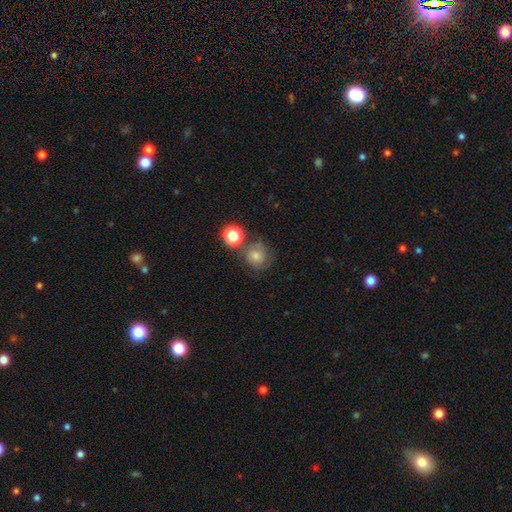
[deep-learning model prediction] Overall: smooth (61%; featured or disk 21%). How rounded: round (85%). Merging: none (57%).